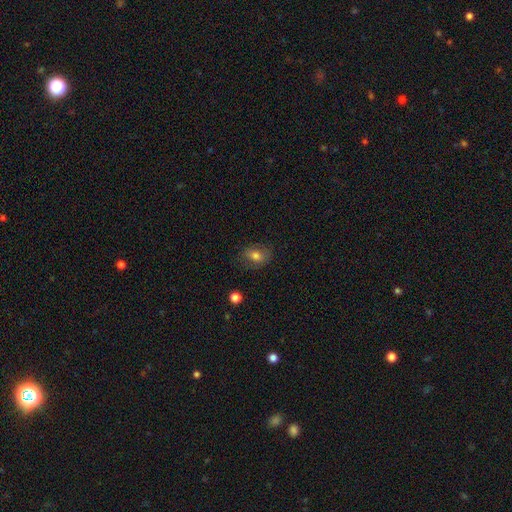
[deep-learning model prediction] The model was most divided on "how rounded": in between: 67%, round: 31%, cigar-shaped: 2%. More confident: merging — none (75%); smooth or featured — smooth (71%).